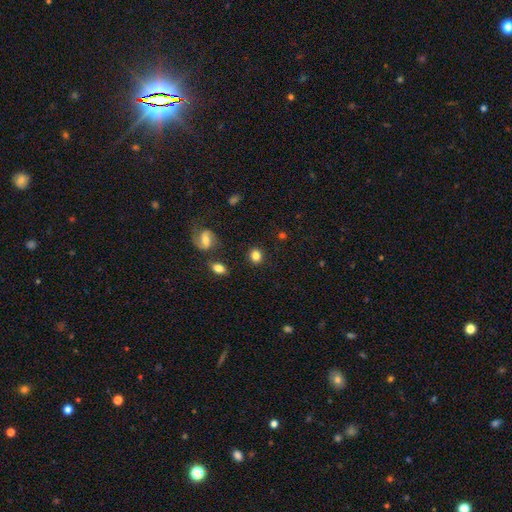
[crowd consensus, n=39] smooth_or_featured: smooth (p=0.87) [alt: featured or disk p=0.10]
how_rounded: round (p=0.68) [alt: in between p=0.32]
merging: none (p=0.89) [alt: minor disturbance p=0.05]